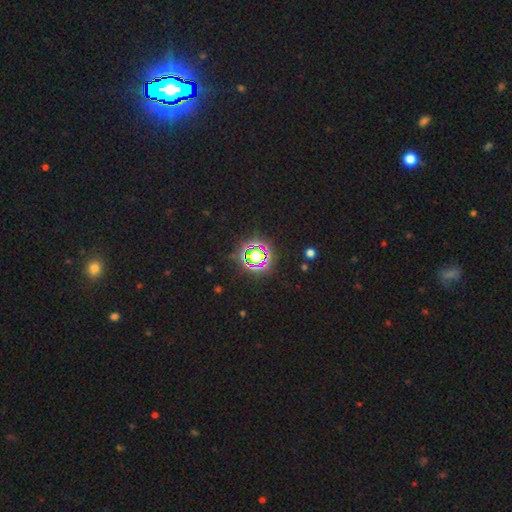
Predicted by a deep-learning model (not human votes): star or artifact 69%, smooth 20%, featured or disk 11%.